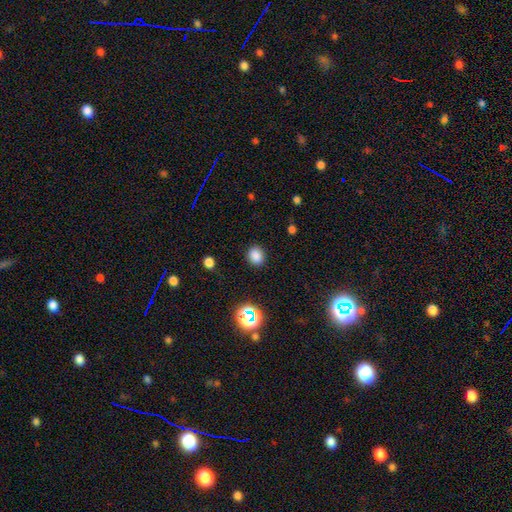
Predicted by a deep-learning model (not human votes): A smooth galaxy with no disk features (82%) that is round (73%).

Vote fractions:
- Smooth or featured? smooth: 82% / star or artifact: 14% / featured or disk: 4%
- How rounded? round: 73% / in between: 26% / cigar-shaped: 1%
- Merging? none: 88% / minor disturbance: 7% / major disturbance: 3% / merger: 1%